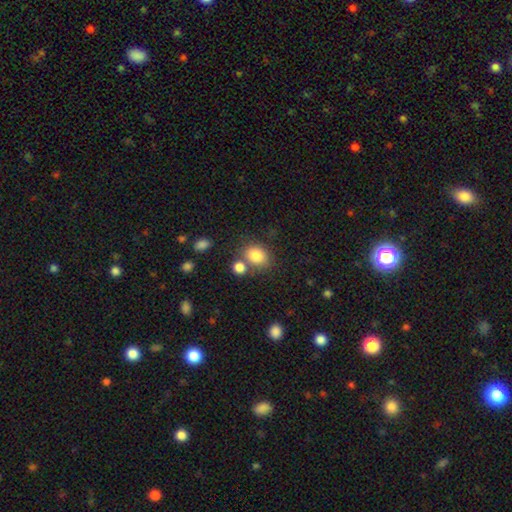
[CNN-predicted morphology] A smooth galaxy with no disk features (83%) that is round (55%). Merging: none (62%).